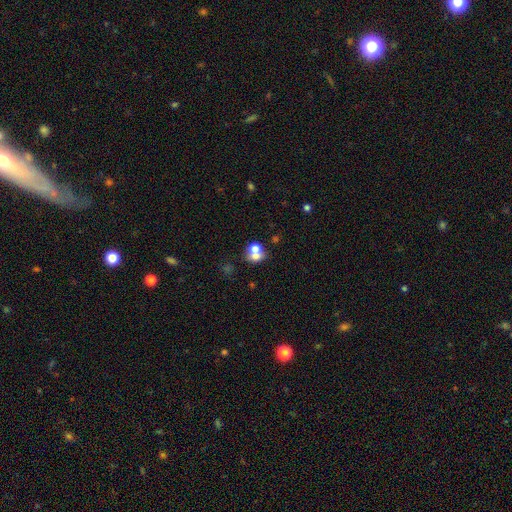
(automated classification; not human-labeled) A smooth galaxy with no disk features (66%) that is round (62%). Merging: merger (56%).